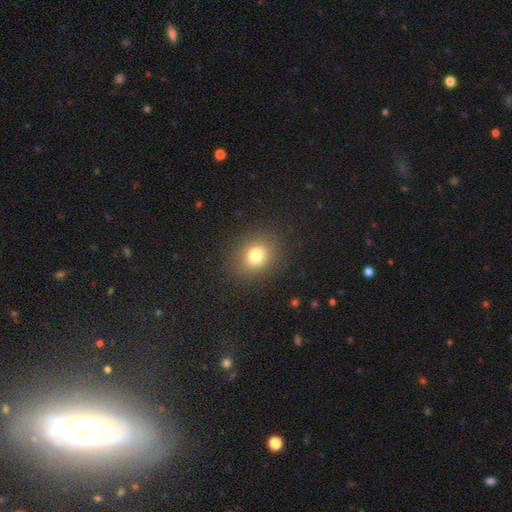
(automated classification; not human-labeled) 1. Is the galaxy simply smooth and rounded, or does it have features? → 78% smooth, 14% star or artifact, 9% featured or disk.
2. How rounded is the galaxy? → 64% round, 35% in between, 1% cigar-shaped.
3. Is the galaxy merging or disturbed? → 87% none, 8% minor disturbance, 4% major disturbance, 1% merger.